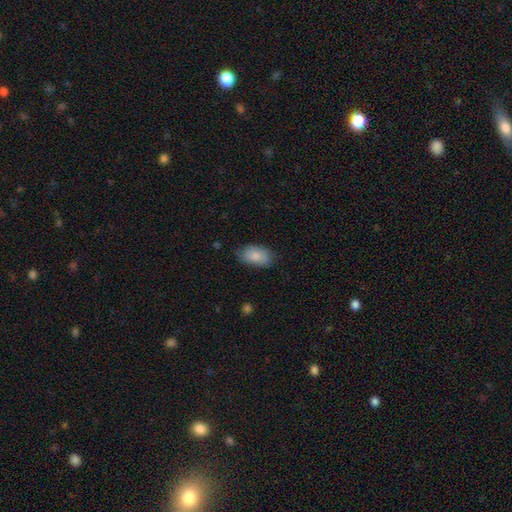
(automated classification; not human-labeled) The model was most divided on "merging": none: 71%, minor disturbance: 23%, major disturbance: 5%, merger: 1%. More confident: how rounded — in between (92%); smooth or featured — smooth (83%).